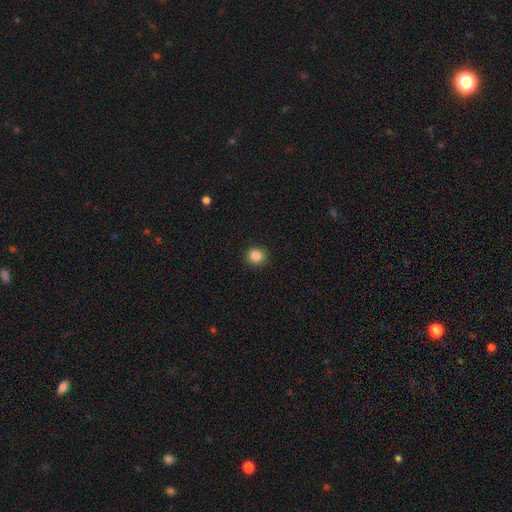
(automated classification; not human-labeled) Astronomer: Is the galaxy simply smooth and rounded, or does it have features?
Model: smooth — 86%.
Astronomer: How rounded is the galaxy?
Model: round — 90%.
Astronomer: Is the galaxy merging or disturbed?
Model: none — 91%.